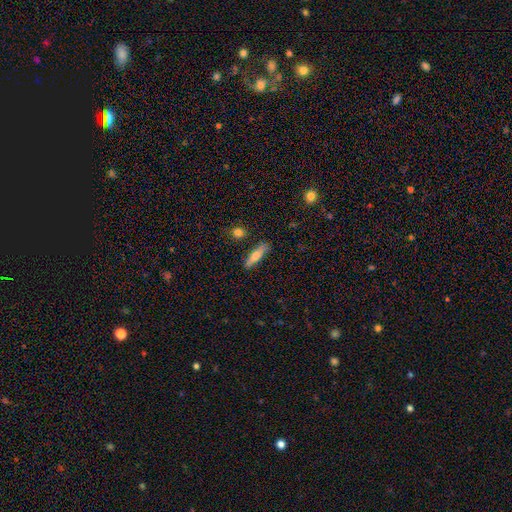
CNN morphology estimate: type=smooth (70%); roundness=cigar-shaped (69%); merging=none (82%).